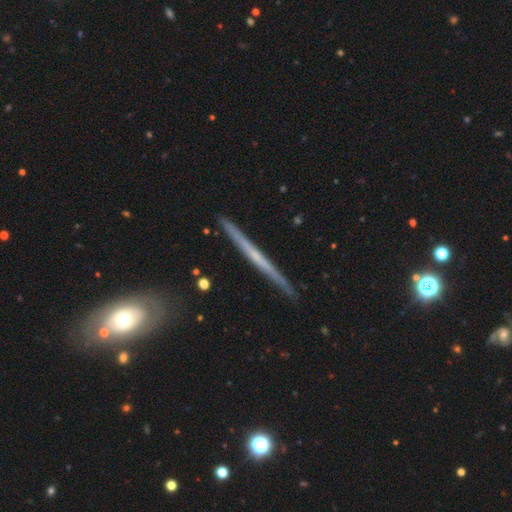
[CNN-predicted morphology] This is likely a featured or disk galaxy (69%). It is clearly viewed edge-on (97%). Edge-on bulge: likely none (76%). Merging: clearly none (90%).